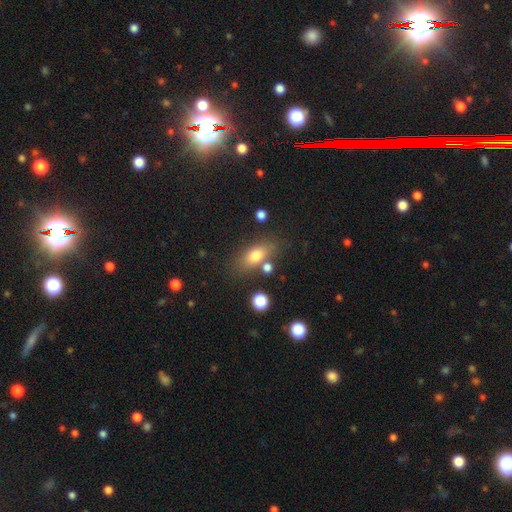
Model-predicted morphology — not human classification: type=smooth (74%); roundness=in between (78%); merging=none (70%).